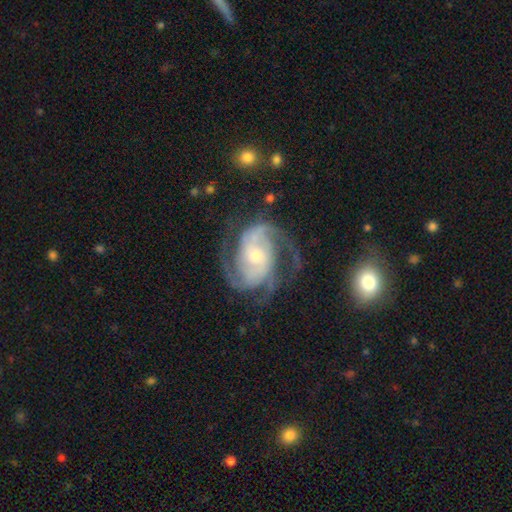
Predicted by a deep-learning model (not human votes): smooth_or_featured: featured or disk (p=0.91) [alt: star or artifact p=0.04]
disk_edge_on: no (p=0.98) [alt: yes p=0.02]
bar: no (p=0.53) [alt: weak p=0.34]
has_spiral_arms: yes (p=0.98) [alt: no p=0.02]
spiral_winding: medium (p=0.51) [alt: tight p=0.36]
spiral_arm_count: 2 (p=0.59) [alt: 3 p=0.22]
bulge_size: small (p=0.49) [alt: moderate p=0.44]
merging: none (p=0.69) [alt: minor disturbance p=0.17]